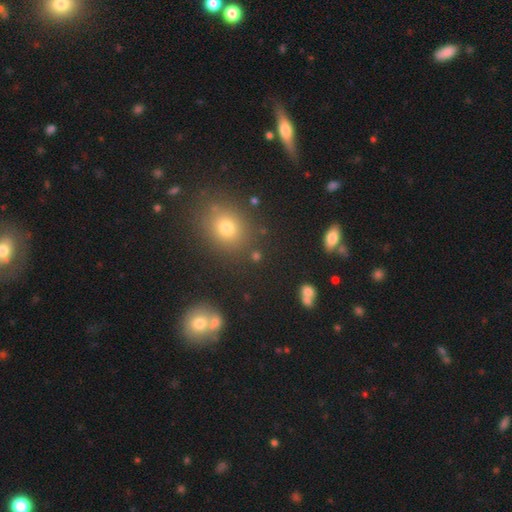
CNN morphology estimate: Smooth or featured? smooth (68%)
How rounded? round (68%)
Merging? none (79%)